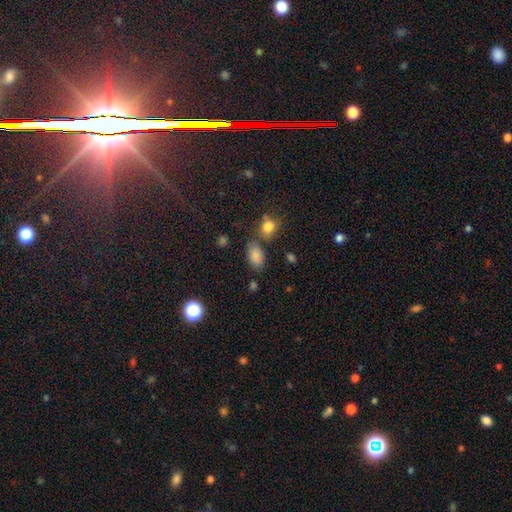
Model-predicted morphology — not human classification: Smooth or featured?
  - smooth: 80% *
  - star or artifact: 12%
  - featured or disk: 7%
How rounded?
  - in between: 89% *
  - round: 9%
  - cigar-shaped: 2%
Merging?
  - none: 68% *
  - minor disturbance: 17%
  - merger: 10%
  - major disturbance: 5%